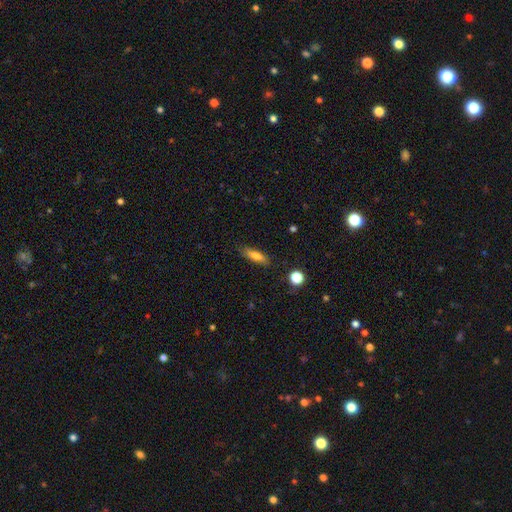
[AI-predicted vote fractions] Smooth or featured? Predicted: smooth (p=0.72). How rounded? Predicted: cigar-shaped (p=0.58). Merging? Predicted: none (p=0.84).